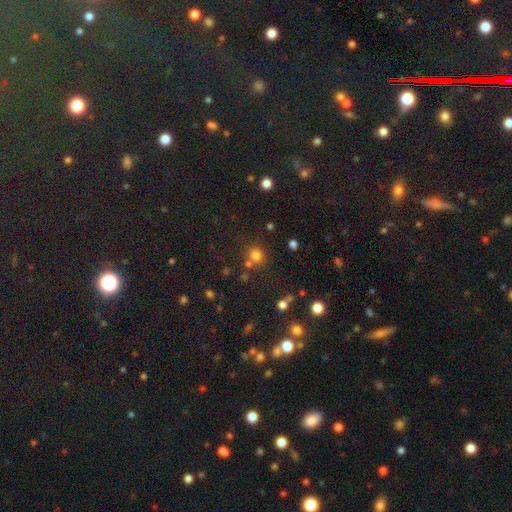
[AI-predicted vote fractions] smooth_or_featured: smooth (p=0.75) [alt: star or artifact p=0.18]
how_rounded: round (p=0.86) [alt: in between p=0.13]
merging: none (p=0.69) [alt: merger p=0.17]